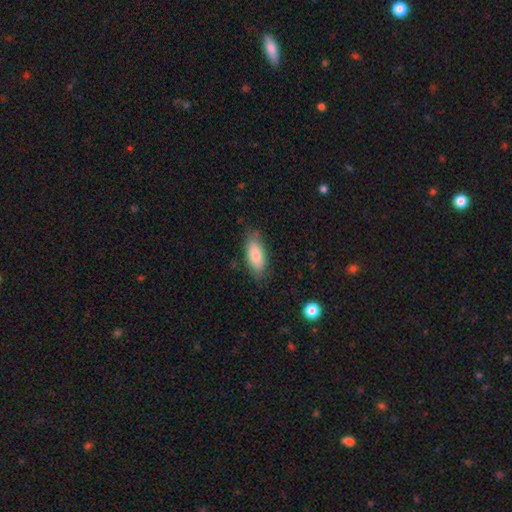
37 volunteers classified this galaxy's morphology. smooth 78%, featured or disk 14%, star or artifact 8%. Down the decision tree: how rounded — in between (69%); merging — none (74%).